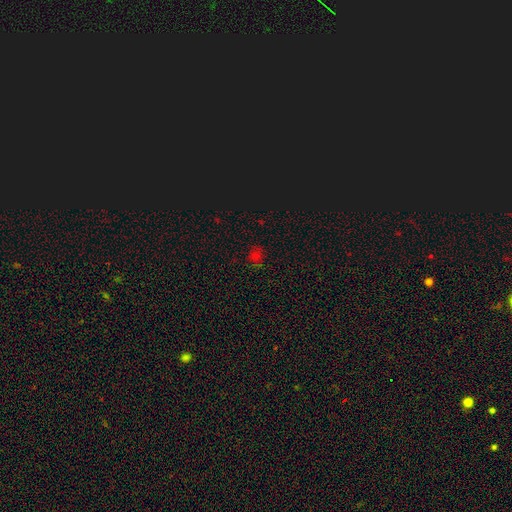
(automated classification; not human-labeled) smooth_or_featured: smooth (p=0.55) [alt: star or artifact p=0.39]
how_rounded: round (p=0.72) [alt: in between p=0.26]
merging: none (p=0.77) [alt: minor disturbance p=0.15]